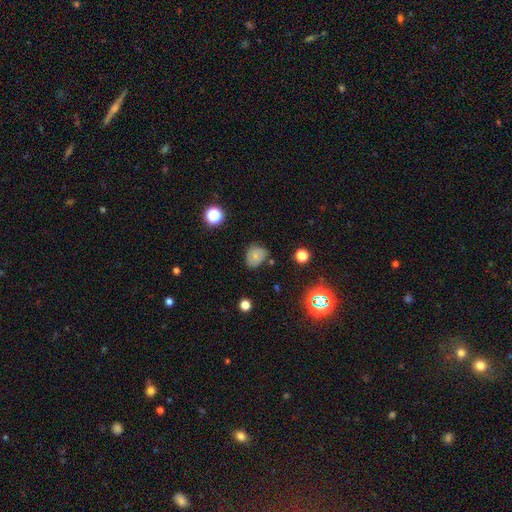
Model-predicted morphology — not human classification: smooth 64%, featured or disk 22%, star or artifact 14%. Down the decision tree: how rounded — round (58%); merging — none (64%).